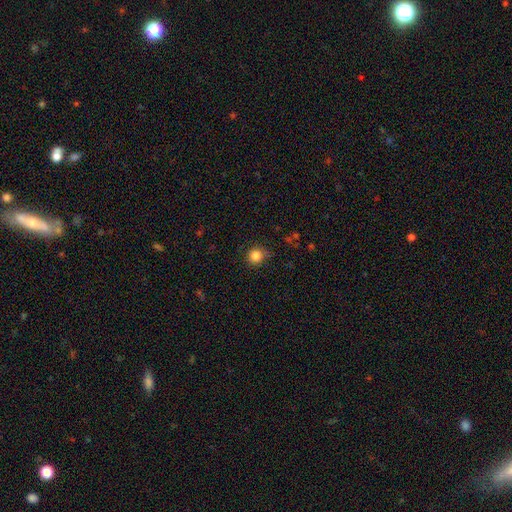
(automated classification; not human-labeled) Smooth or featured? smooth (84%)
How rounded? round (92%)
Merging? none (82%)